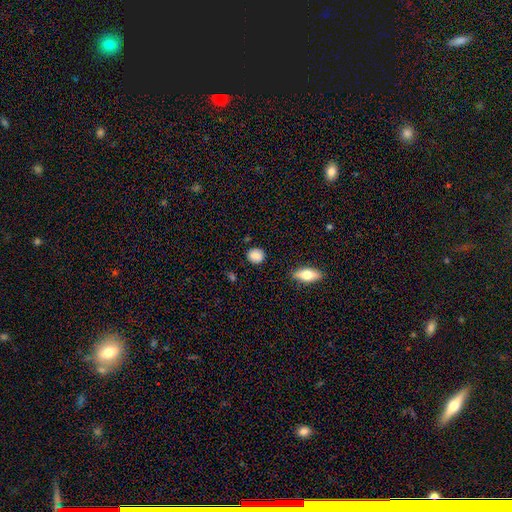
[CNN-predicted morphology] Overall: smooth (85%). How rounded: round (75%). Merging: none (85%).